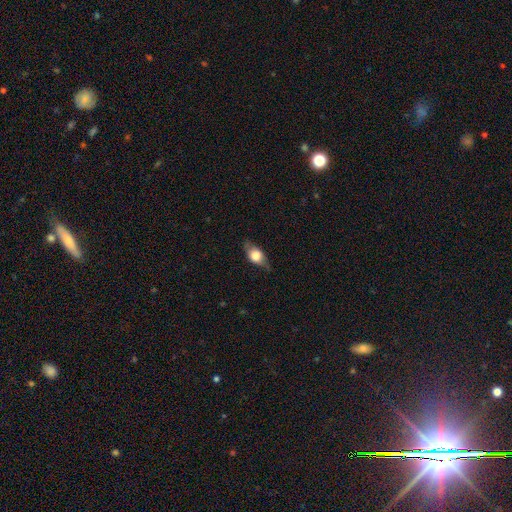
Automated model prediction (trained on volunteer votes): Smooth or featured: smooth — 58% (featured or disk — 34%)
How rounded: in between — 72% (round — 18%)
Merging: none — 72% (minor disturbance — 21%)